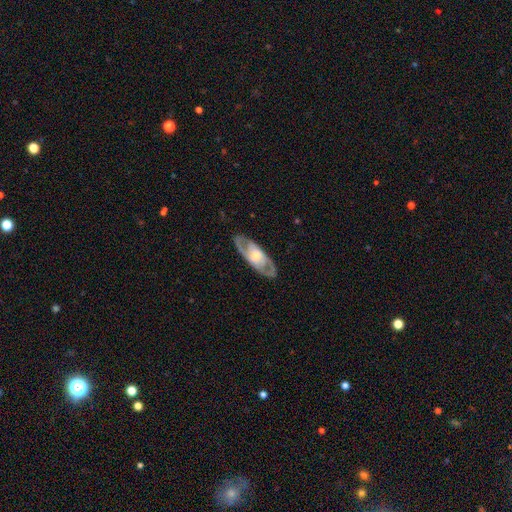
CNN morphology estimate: type=featured or disk (75%); edge-on=no (83%); bar=no (57%); spiral arms=yes (72%); bulge=moderate (49%); merging=none (83%).